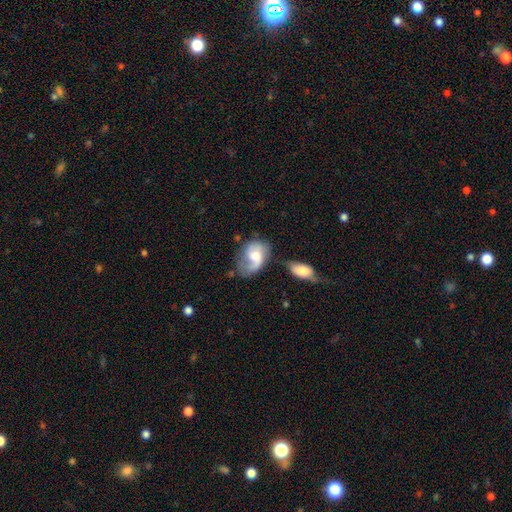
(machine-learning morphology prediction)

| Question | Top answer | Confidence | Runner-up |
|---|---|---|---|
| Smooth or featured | featured or disk | 64% | smooth (29%) |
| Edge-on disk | no | 97% | yes (3%) |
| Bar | no | 54% | weak (39%) |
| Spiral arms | yes | 87% | no (13%) |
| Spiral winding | loose | 47% | medium (39%) |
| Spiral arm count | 2 | 67% | 1 (22%) |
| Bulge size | moderate | 61% | small (23%) |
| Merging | none | 41% | minor disturbance (26%) |